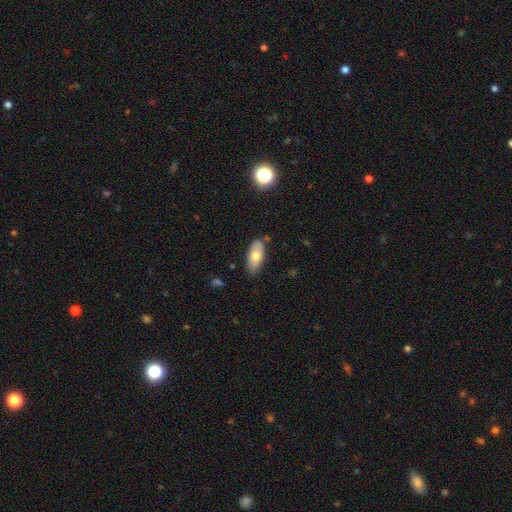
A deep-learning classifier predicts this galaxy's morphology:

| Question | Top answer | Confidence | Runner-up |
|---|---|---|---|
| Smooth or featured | smooth | 68% | featured or disk (25%) |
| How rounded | in between | 87% | cigar-shaped (10%) |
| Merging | none | 78% | minor disturbance (17%) |